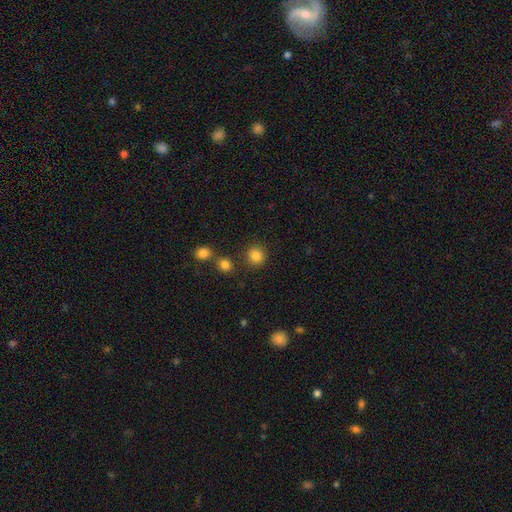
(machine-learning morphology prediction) Q: Smooth or featured?
A: smooth (84%); runner-up: star or artifact (12%)
Q: How rounded?
A: round (89%); runner-up: in between (10%)
Q: Merging?
A: none (83%); runner-up: minor disturbance (7%)